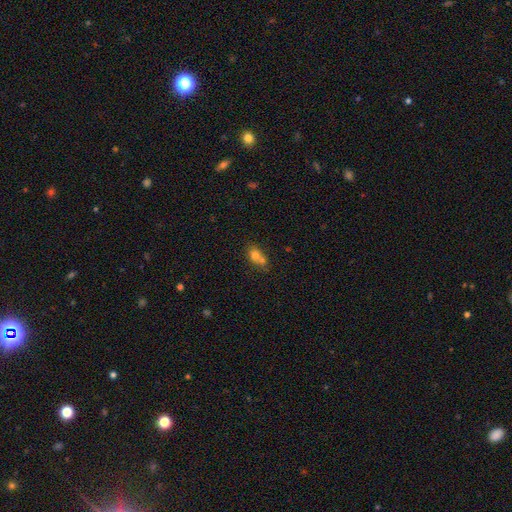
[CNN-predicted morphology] type=smooth (70%); roundness=round (53%); merging=merger (57%).